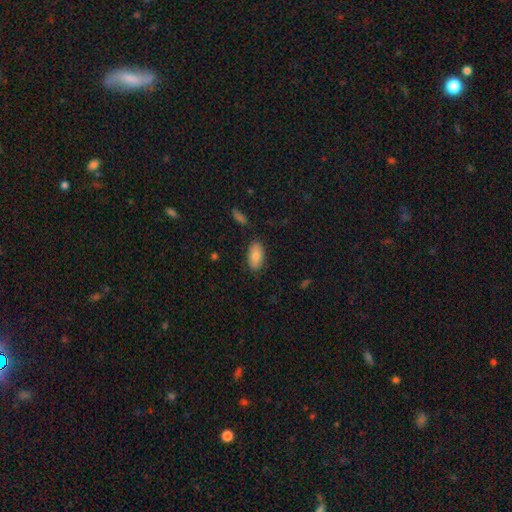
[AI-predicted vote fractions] A smooth galaxy with no disk features (83%) that is in between round and cigar-shaped (93%). Merging: none (84%).